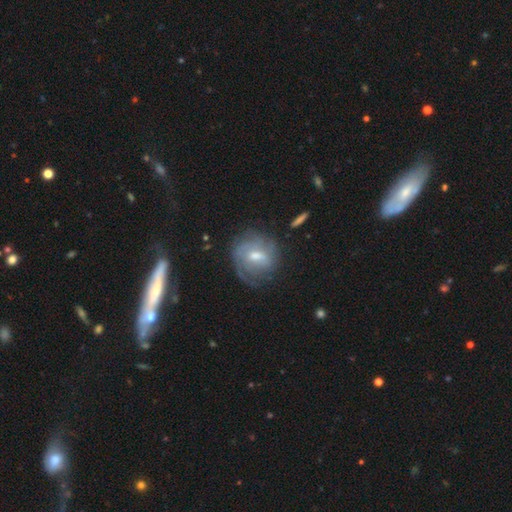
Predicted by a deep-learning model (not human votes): A featured or disk galaxy (67%) with a weak bar (57%), tight (54%) spiral arms (81%) and a moderate central bulge (61%). Merging: none (64%).